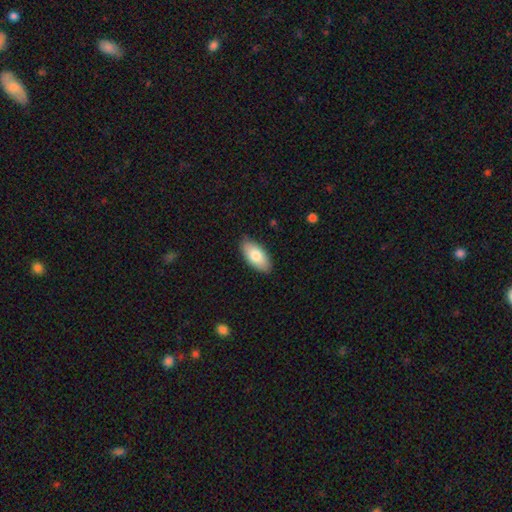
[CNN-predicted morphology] A smooth galaxy with no disk features (79%) that is in between round and cigar-shaped (93%).

Vote fractions:
- Smooth or featured? smooth: 79% / featured or disk: 15% / star or artifact: 6%
- How rounded? in between: 93% / cigar-shaped: 5% / round: 2%
- Merging? none: 86% / minor disturbance: 11% / major disturbance: 2% / merger: 1%